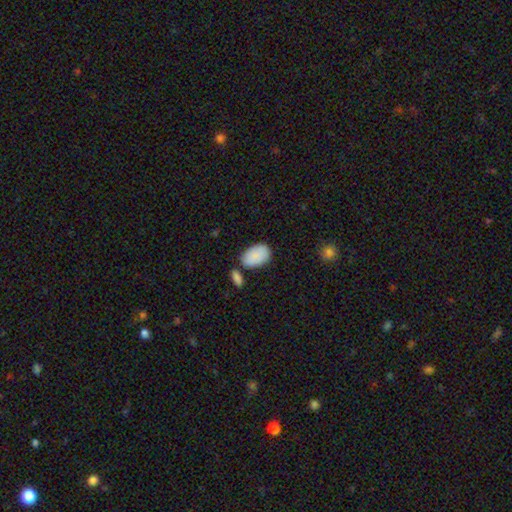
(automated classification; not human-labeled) Smooth or featured? smooth (89%)
How rounded? in between (94%)
Merging? none (65%)